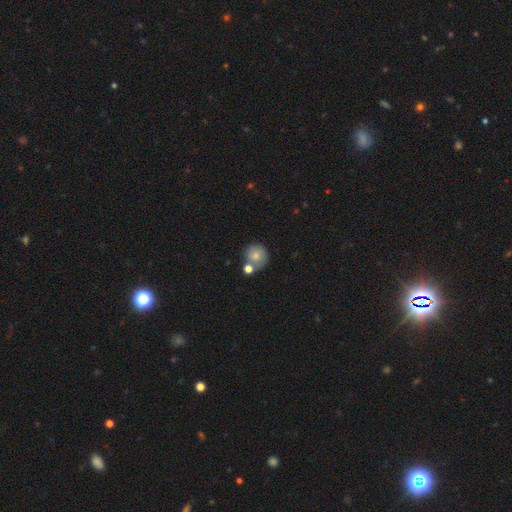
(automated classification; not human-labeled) Overall: smooth (77%). How rounded: round (90%). Merging: none (57%; merger 27%).